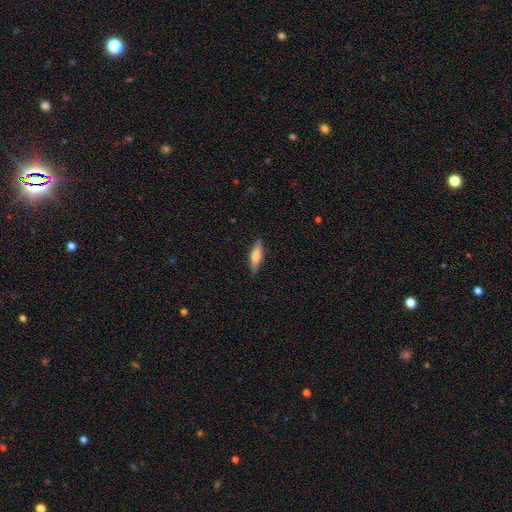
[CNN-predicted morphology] Smooth or featured? smooth (58%)
How rounded? cigar-shaped (62%)
Merging? none (87%)